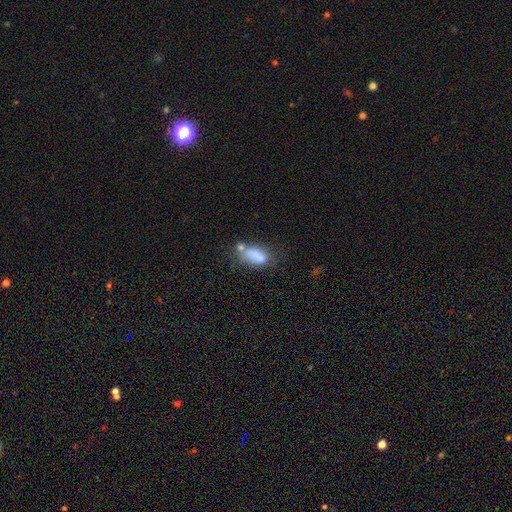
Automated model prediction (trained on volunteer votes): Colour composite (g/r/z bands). It shows a smooth galaxy with no disk features (72%) that is in between round and cigar-shaped (88%). Merging: none (31%).